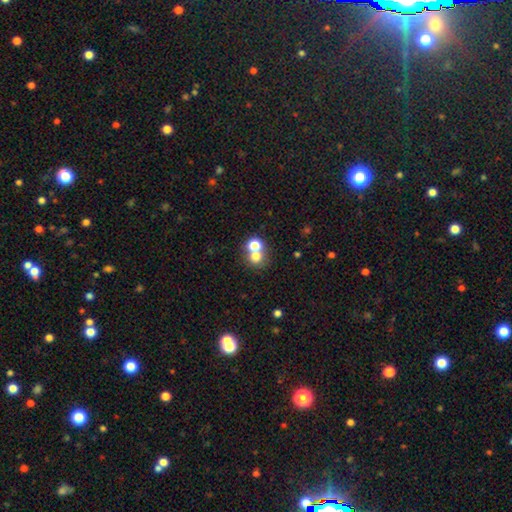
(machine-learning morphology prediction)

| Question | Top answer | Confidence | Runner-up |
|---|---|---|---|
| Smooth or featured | smooth | 70% | star or artifact (17%) |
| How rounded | round | 80% | in between (19%) |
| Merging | merger | 46% | none (44%) |